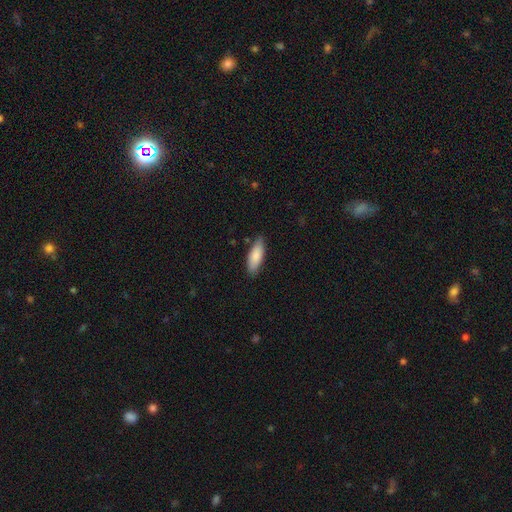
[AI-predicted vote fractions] smooth_or_featured: smooth (p=0.85) [alt: featured or disk p=0.09]
how_rounded: in between (p=0.69) [alt: cigar-shaped p=0.30]
merging: none (p=0.83) [alt: minor disturbance p=0.13]